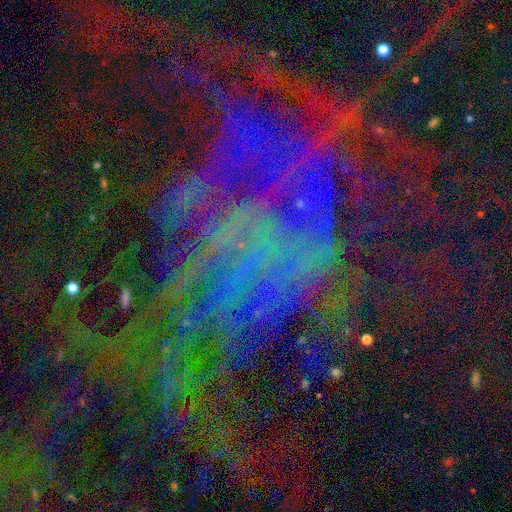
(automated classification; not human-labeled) Q: Smooth or featured?
A: star or artifact (68%); runner-up: featured or disk (21%)